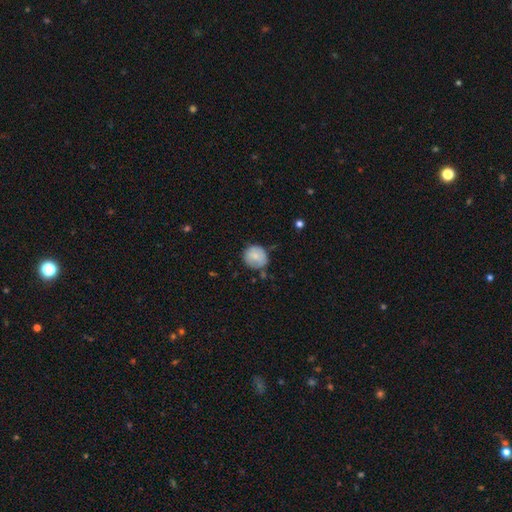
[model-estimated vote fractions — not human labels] smooth_or_featured: smooth (p=0.79) [alt: featured or disk p=0.14]
how_rounded: round (p=0.87) [alt: in between p=0.12]
merging: none (p=0.69) [alt: minor disturbance p=0.23]